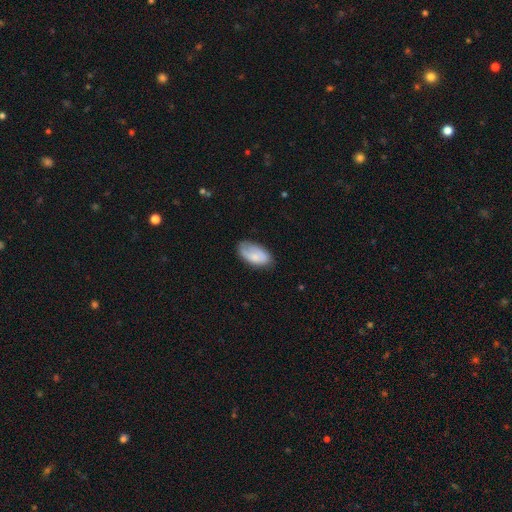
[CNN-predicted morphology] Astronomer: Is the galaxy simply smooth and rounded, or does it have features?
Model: smooth — 72%.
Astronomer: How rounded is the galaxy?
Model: in between — 94%.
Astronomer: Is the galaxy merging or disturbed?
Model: none — 66%.